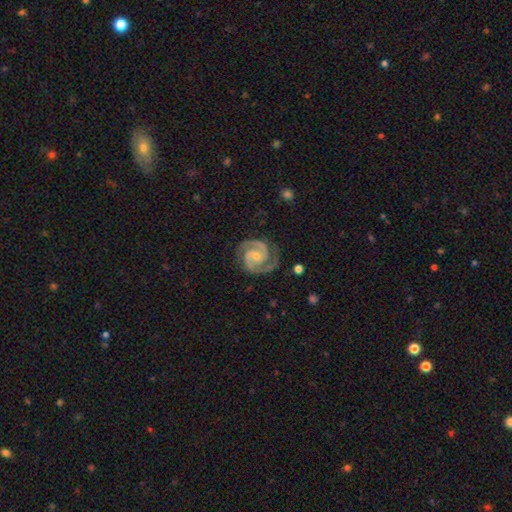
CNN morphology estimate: type=featured or disk (94%); edge-on=no (98%); bar=no (52%); spiral arms=yes (99%); winding=tight (56%); arm count=2 (93%); bulge=small (61%); merging=none (83%).